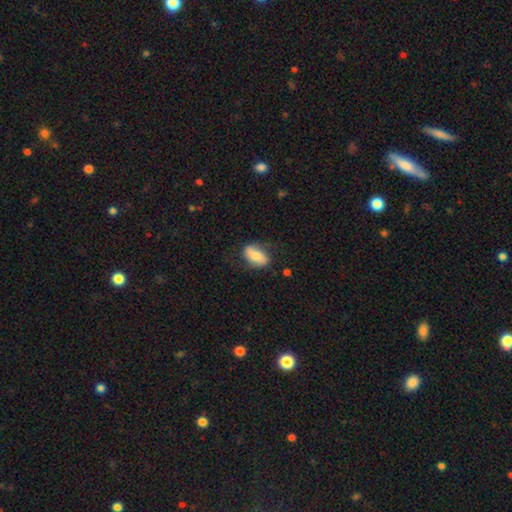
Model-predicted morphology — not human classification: This is likely a smooth galaxy (68%). How rounded: clearly in between (88%). Merging: likely none (65%).